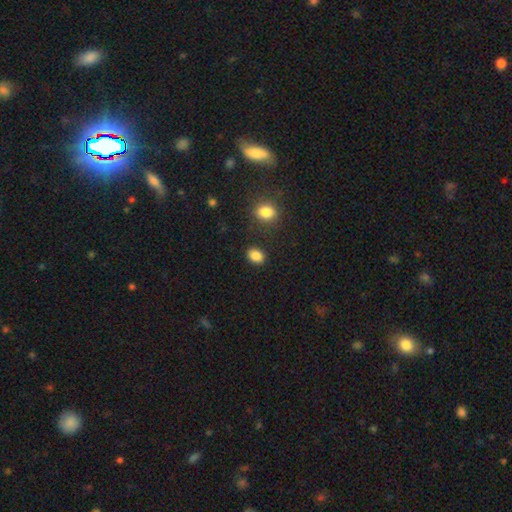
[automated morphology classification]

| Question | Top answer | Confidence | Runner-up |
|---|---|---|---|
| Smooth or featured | smooth | 86% | star or artifact (10%) |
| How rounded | in between | 77% | round (22%) |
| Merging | none | 83% | minor disturbance (10%) |